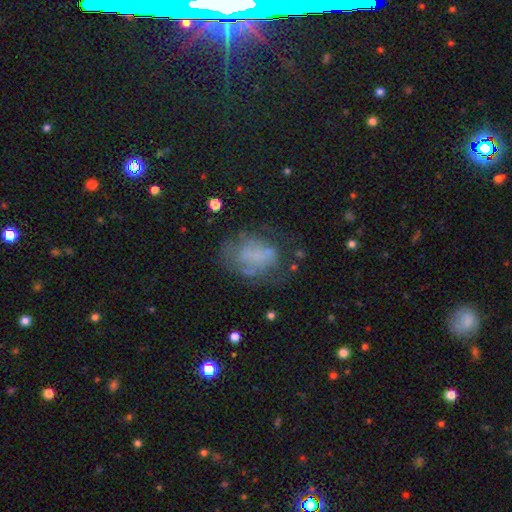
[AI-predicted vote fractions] smooth_or_featured: smooth (p=0.45) [alt: featured or disk p=0.40]
merging: none (p=0.45) [alt: major disturbance p=0.26]